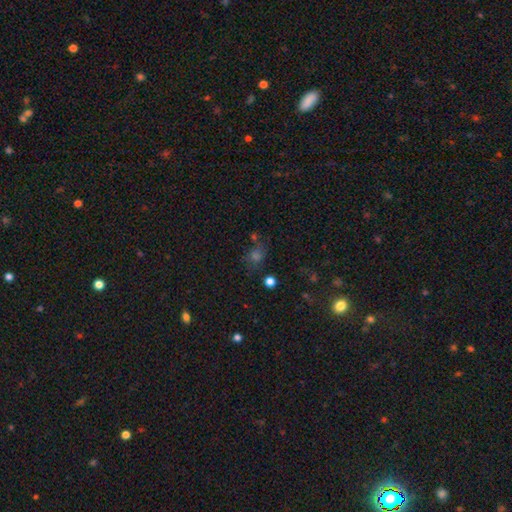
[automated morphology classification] A smooth galaxy with no disk features (49%). Merging: none (66%).